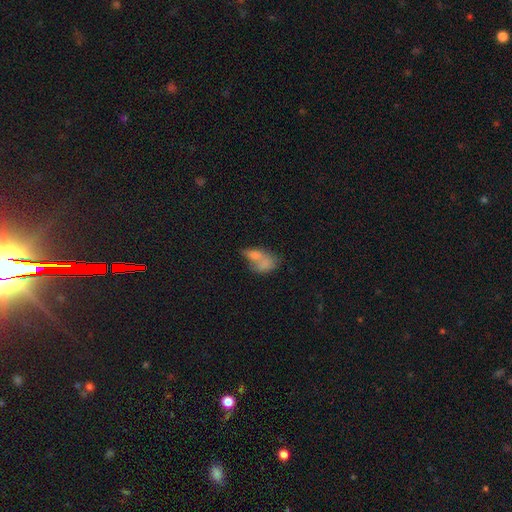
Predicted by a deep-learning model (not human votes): This is likely a smooth galaxy (69%). How rounded: likely in between (79%). Merging: possibly merger (56%).